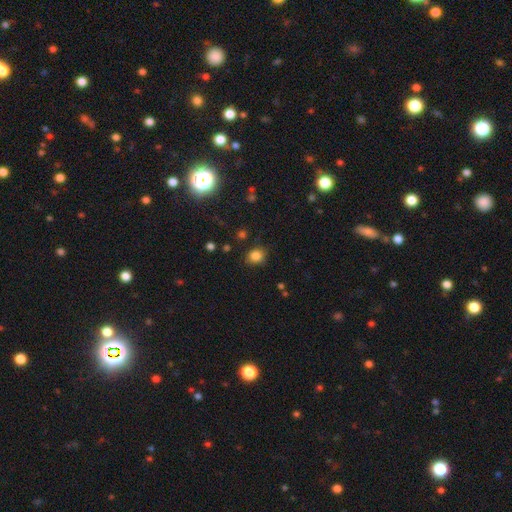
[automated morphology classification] The model was most divided on "how rounded": round: 72%, in between: 27%, cigar-shaped: 1%. More confident: smooth or featured — smooth (82%); merging — none (81%).